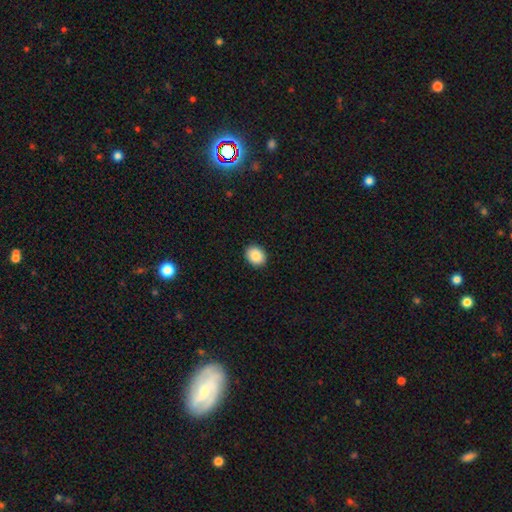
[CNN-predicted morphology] The model was most divided on "how rounded": in between: 50%, round: 49%, cigar-shaped: 1%. More confident: merging — none (91%); smooth or featured — smooth (88%).